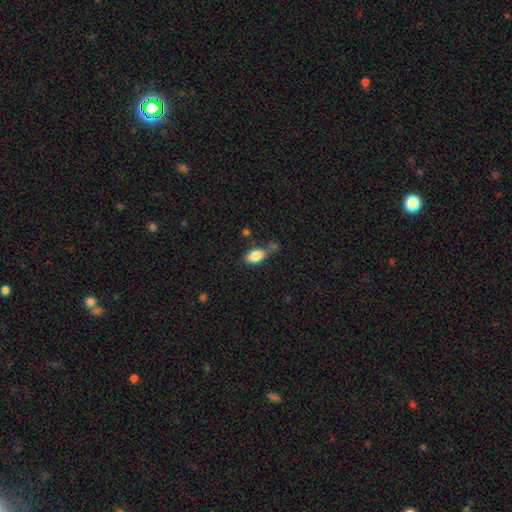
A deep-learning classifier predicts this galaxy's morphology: smooth-or-featured: smooth: 84% | featured or disk: 8% | star or artifact: 7%
  how-rounded: in between: 91% | round: 5% | cigar-shaped: 4%
  merging: none: 55% | minor disturbance: 21% | merger: 17% | major disturbance: 7%